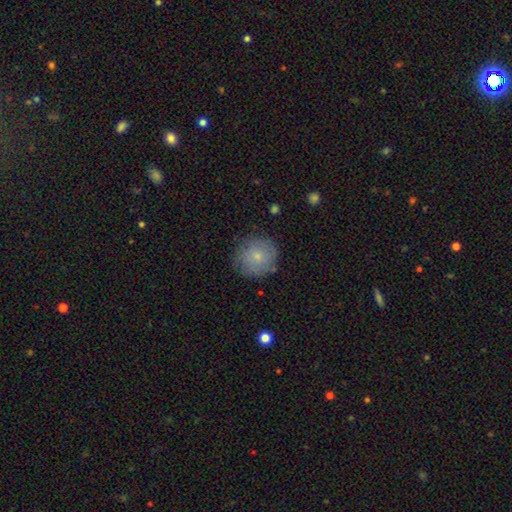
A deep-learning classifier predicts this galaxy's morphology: type=smooth (77%); roundness=round (91%); merging=none (82%).